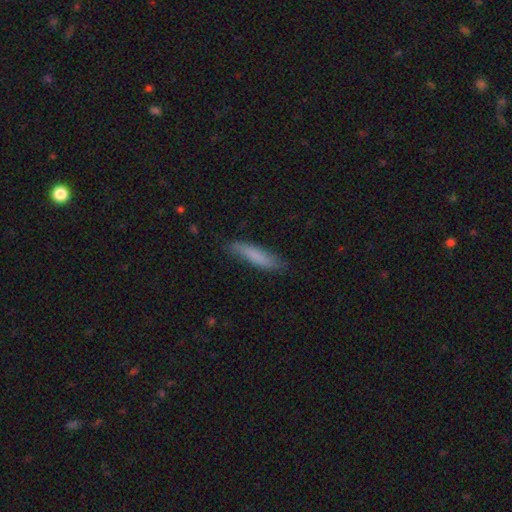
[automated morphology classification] smooth 77%, featured or disk 17%, star or artifact 6%. Down the decision tree: how rounded — cigar-shaped (84%); merging — none (79%).